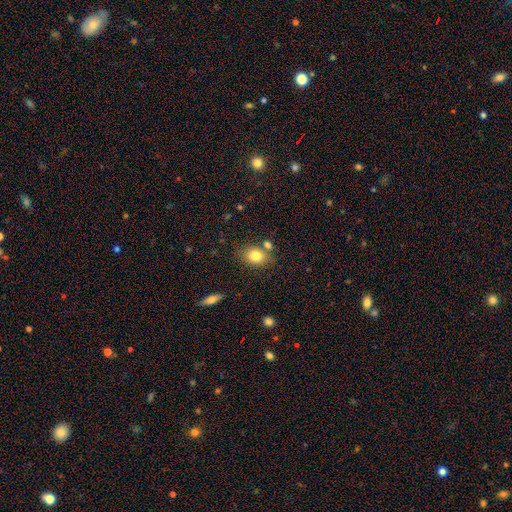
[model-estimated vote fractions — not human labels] Smooth or featured? Predicted: smooth (p=0.80). How rounded? Predicted: in between (p=0.62). Merging? Predicted: none (p=0.70).